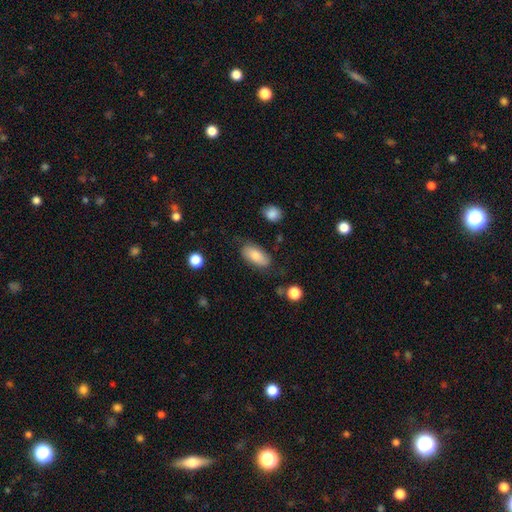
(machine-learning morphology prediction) Overall: smooth (78%). How rounded: in between (91%). Merging: none (72%).